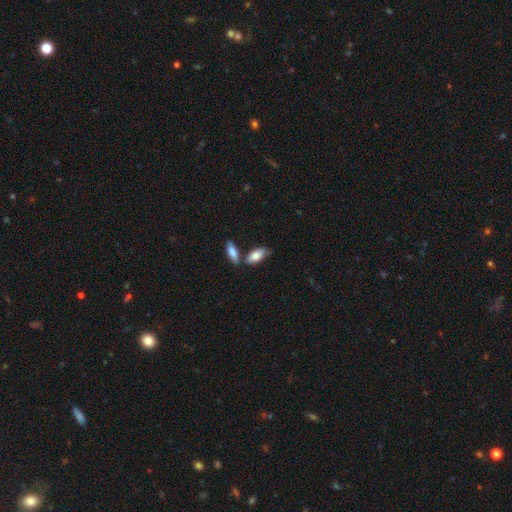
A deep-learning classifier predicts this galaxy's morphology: A smooth galaxy with no disk features (79%) that is in between round and cigar-shaped (86%). Merging: none (60%).